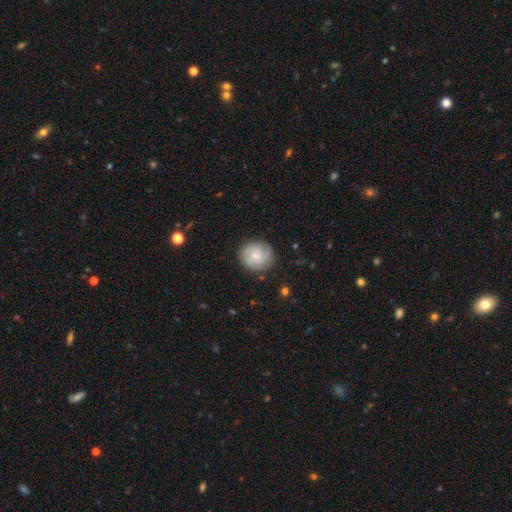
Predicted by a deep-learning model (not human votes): smooth-or-featured: featured or disk: 57% | smooth: 36% | star or artifact: 7%
  disk-edge-on: no: 98% | yes: 2%
    bar: no: 74% | weak: 24% | strong: 3%
    has-spiral-arms: yes: 92% | no: 8%
      spiral-winding: tight: 58% | medium: 32% | loose: 10%
      spiral-arm-count: can't tell: 28% (tied) | 2: 28% (tied) | 3: 28% (tied) | 4: 6% | 1: 6% | more than 4: 4%
    bulge-size: small: 58% | moderate: 28% | none: 9% | large: 3% | dominant: 1%
  merging: none: 81% | minor disturbance: 14% | major disturbance: 5% | merger: 1%